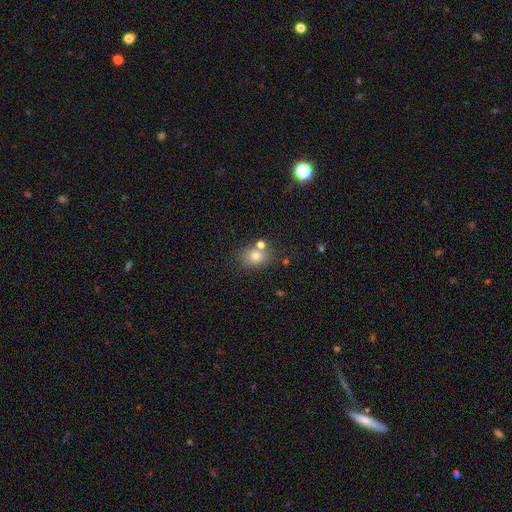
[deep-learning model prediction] Q: Smooth or featured?
A: smooth (76%); runner-up: star or artifact (13%)
Q: How rounded?
A: round (55%); runner-up: in between (44%)
Q: Merging?
A: none (66%); runner-up: merger (18%)